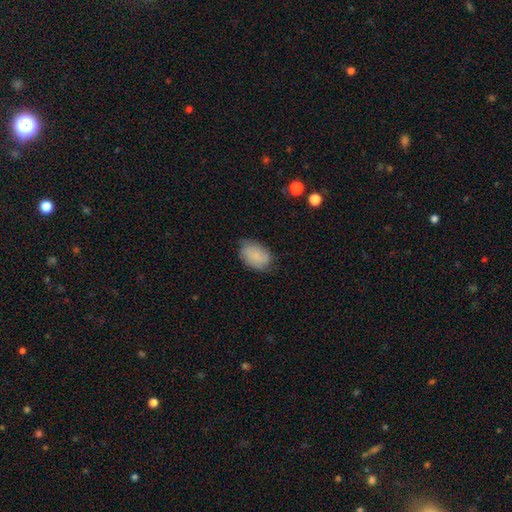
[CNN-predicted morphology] This appears to be a smooth galaxy with no disk features (82%) that is in between round and cigar-shaped (86%). Merging: none (72%).